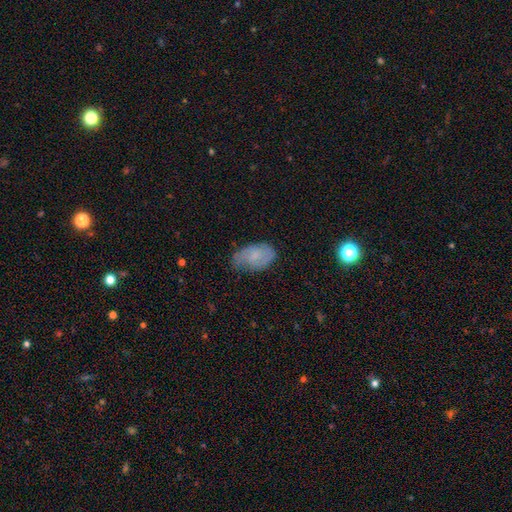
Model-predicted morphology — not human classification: The model was most divided on "smooth or featured": smooth: 55%, featured or disk: 36%, star or artifact: 9%. More confident: how rounded — in between (91%); merging — none (59%).